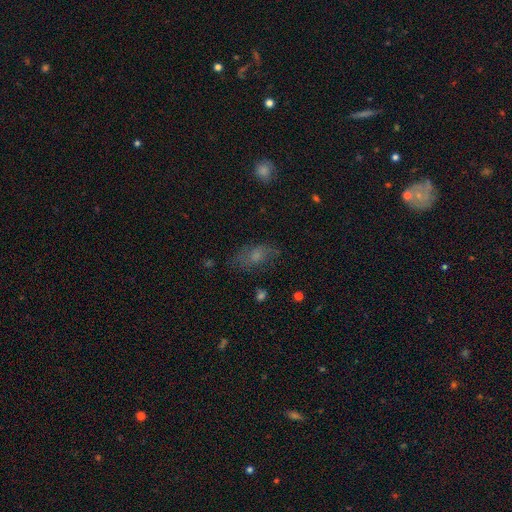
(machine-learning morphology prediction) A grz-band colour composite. It shows a smooth galaxy with no disk features (56%) that is in between round and cigar-shaped (84%). Merging: none (65%).